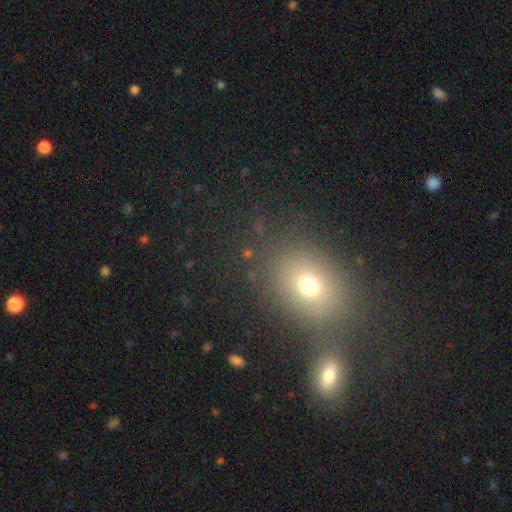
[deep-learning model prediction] smooth-or-featured: smooth: 61% | star or artifact: 27% | featured or disk: 12%
  how-rounded: in between: 51% | round: 48% | cigar-shaped: 2%
  merging: none: 70% | merger: 16% | minor disturbance: 9% | major disturbance: 4%